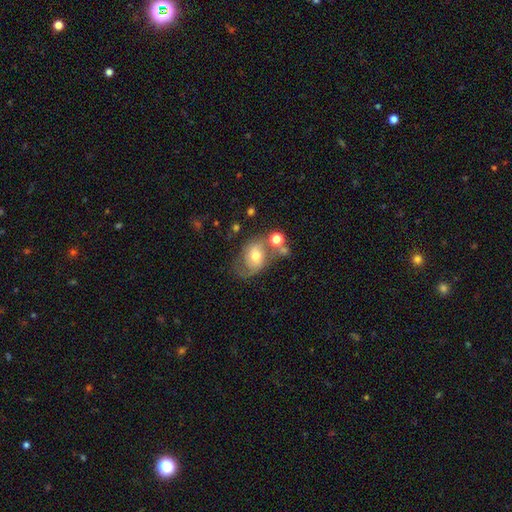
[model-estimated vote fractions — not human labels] The model was most divided on "smooth or featured": featured or disk: 51%, smooth: 39%, star or artifact: 10%. Remaining: edge-on disk — no (96%); merging — none (42%).